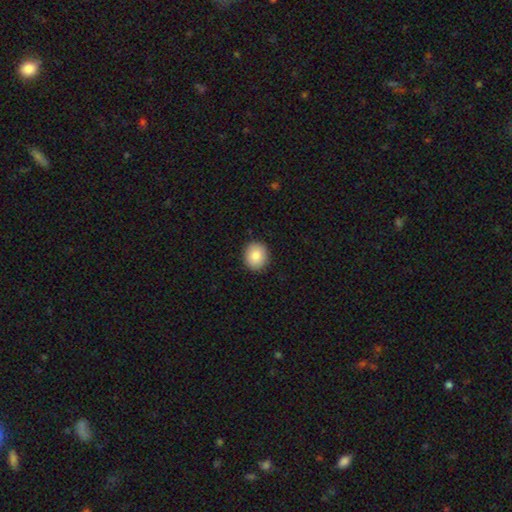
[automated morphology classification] type=smooth (85%); roundness=round (80%); merging=none (91%).